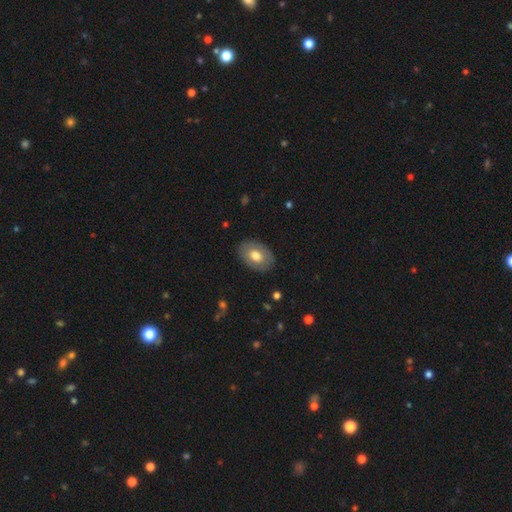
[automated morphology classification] This is likely a smooth galaxy (65%). How rounded: clearly in between (81%). Merging: clearly none (85%).